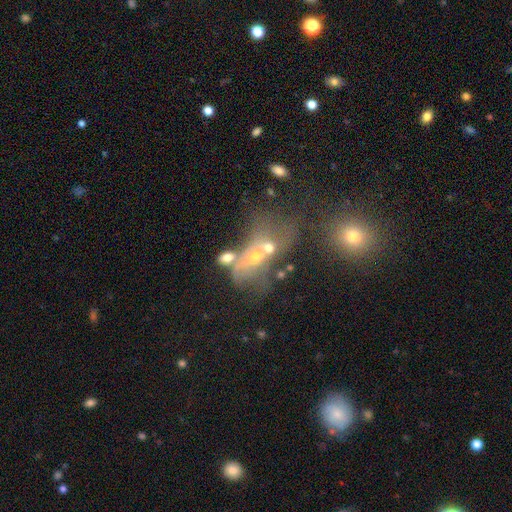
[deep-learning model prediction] Smooth or featured? featured or disk (45%)
Merging? merger (56%)